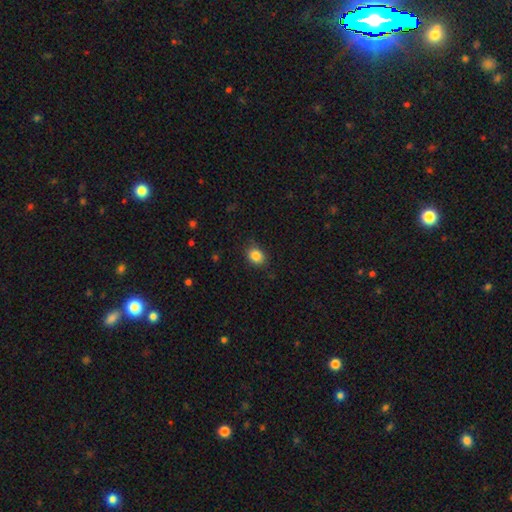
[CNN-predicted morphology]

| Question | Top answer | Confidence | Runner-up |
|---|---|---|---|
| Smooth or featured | smooth | 85% | star or artifact (10%) |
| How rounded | round | 50% | in between (49%) |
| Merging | none | 84% | minor disturbance (13%) |